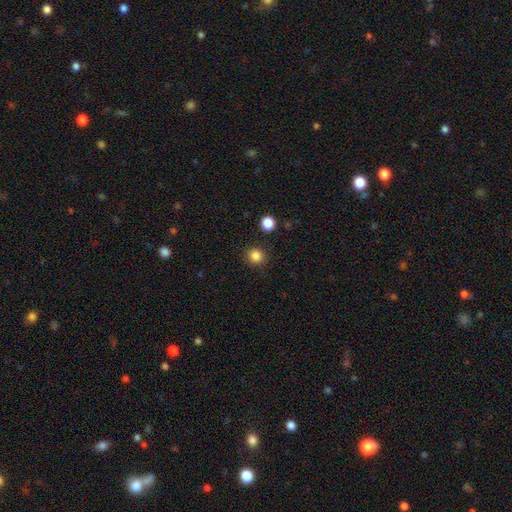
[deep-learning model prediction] Q: Smooth or featured?
A: smooth (85%); runner-up: star or artifact (12%)
Q: How rounded?
A: round (90%); runner-up: in between (9%)
Q: Merging?
A: none (88%); runner-up: minor disturbance (7%)